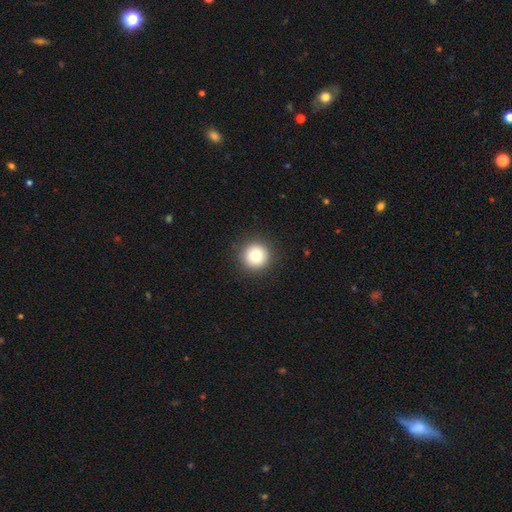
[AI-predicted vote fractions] Smooth or featured? smooth (83%)
How rounded? round (95%)
Merging? none (91%)